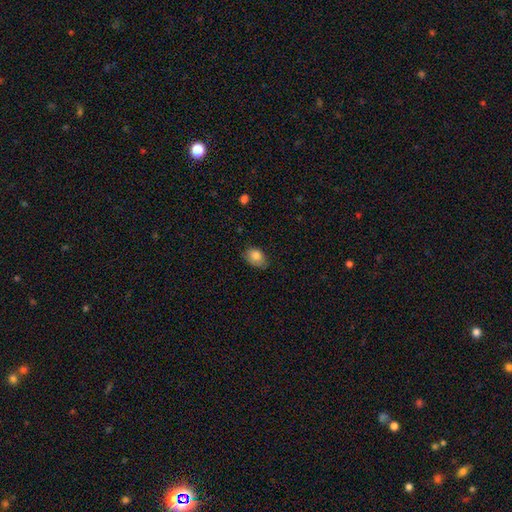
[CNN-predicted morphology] smooth 81%, featured or disk 11%, star or artifact 8%. Down the decision tree: how rounded — in between (82%); merging — none (63%).